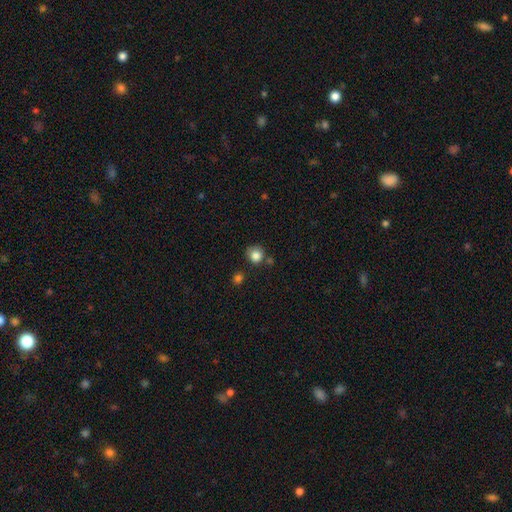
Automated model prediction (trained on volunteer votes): Smooth or featured?
  - smooth: 84% *
  - star or artifact: 10%
  - featured or disk: 6%
How rounded?
  - round: 87% *
  - in between: 12%
  - cigar-shaped: 1%
Merging?
  - none: 70% *
  - minor disturbance: 17%
  - merger: 8%
  - major disturbance: 5%